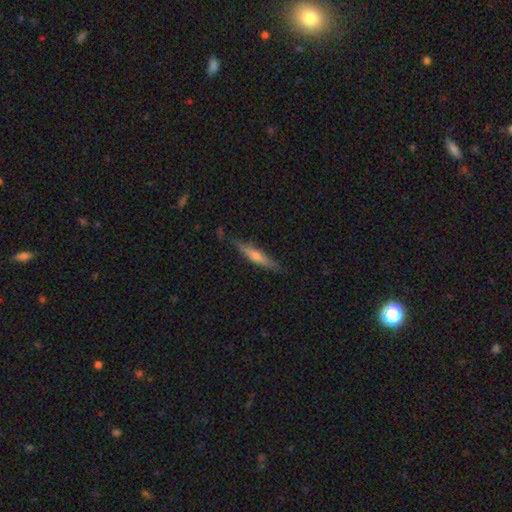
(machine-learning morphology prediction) smooth-or-featured: featured or disk: 52% | smooth: 42% | star or artifact: 6%
  disk-edge-on: yes: 94% | no: 6%
  merging: none: 82% | minor disturbance: 13% | major disturbance: 3% | merger: 2%